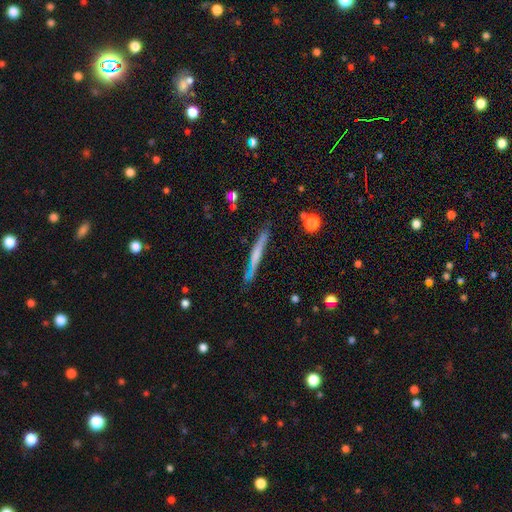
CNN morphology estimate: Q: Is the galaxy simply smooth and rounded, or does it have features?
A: featured or disk — 51%.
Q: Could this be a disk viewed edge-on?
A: yes — 93%.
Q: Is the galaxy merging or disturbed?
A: none — 78%.